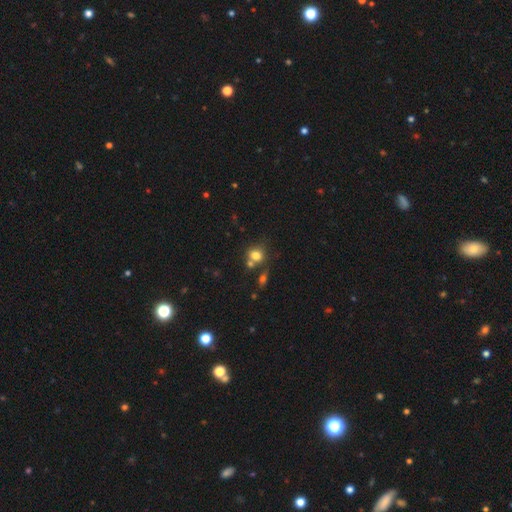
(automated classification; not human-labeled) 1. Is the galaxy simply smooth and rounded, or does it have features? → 76% smooth, 13% star or artifact, 11% featured or disk.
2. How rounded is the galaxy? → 74% round, 24% in between, 1% cigar-shaped.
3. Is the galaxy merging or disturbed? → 53% none, 30% merger, 12% minor disturbance, 5% major disturbance.